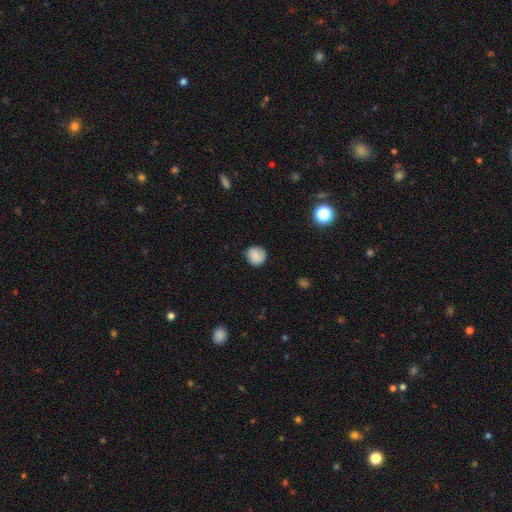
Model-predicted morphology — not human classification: Q: Smooth or featured?
A: smooth (84%); runner-up: star or artifact (9%)
Q: How rounded?
A: round (89%); runner-up: in between (10%)
Q: Merging?
A: none (83%); runner-up: minor disturbance (13%)